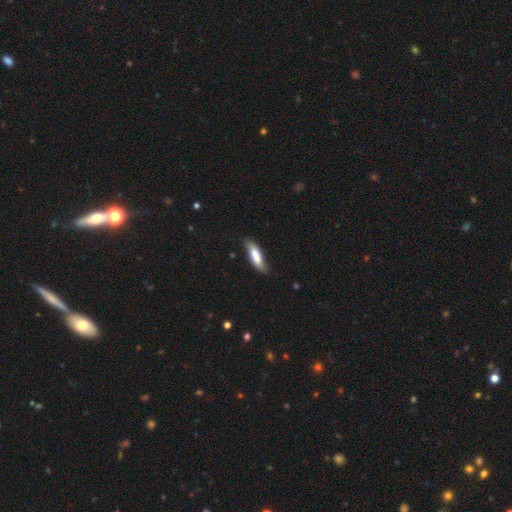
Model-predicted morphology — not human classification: The model was most divided on "how rounded": cigar-shaped: 53%, in between: 45%, round: 2%. More confident: smooth or featured — smooth (78%); merging — none (70%).